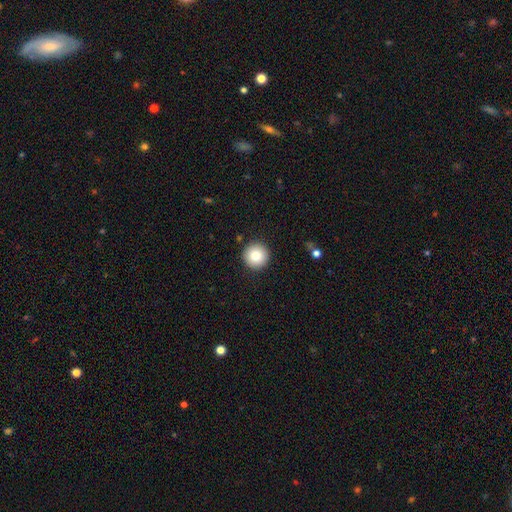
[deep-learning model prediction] smooth 82%, star or artifact 9%, featured or disk 8%. Down the decision tree: how rounded — round (96%); merging — none (92%).